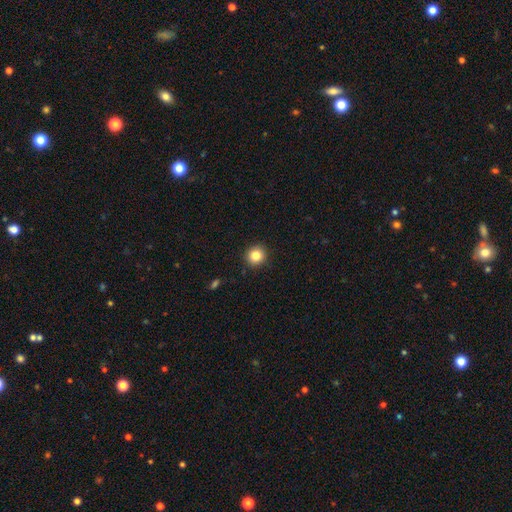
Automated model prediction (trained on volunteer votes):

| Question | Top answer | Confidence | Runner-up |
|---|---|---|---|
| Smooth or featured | smooth | 84% | star or artifact (11%) |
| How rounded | round | 91% | in between (8%) |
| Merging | none | 92% | minor disturbance (6%) |